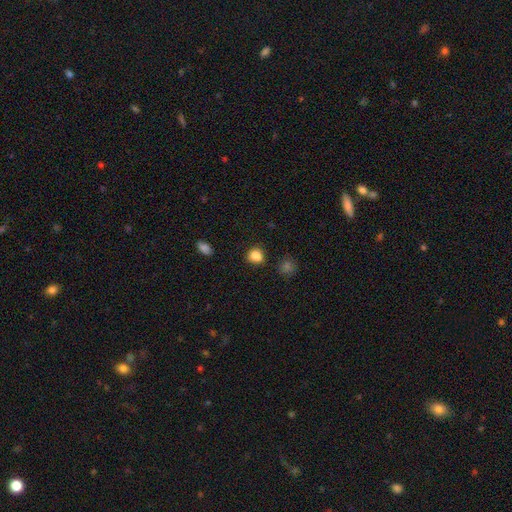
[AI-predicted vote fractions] This is clearly a smooth galaxy (85%). How rounded: likely round (66%). Merging: likely none (78%).